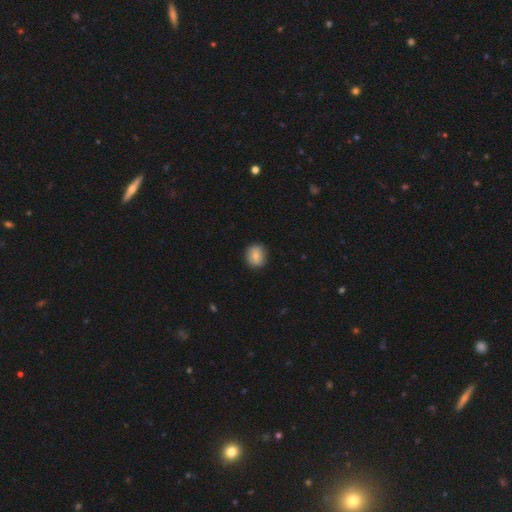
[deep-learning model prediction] Smooth or featured? Predicted: smooth (p=0.75). How rounded? Predicted: round (p=0.65). Merging? Predicted: none (p=0.87).